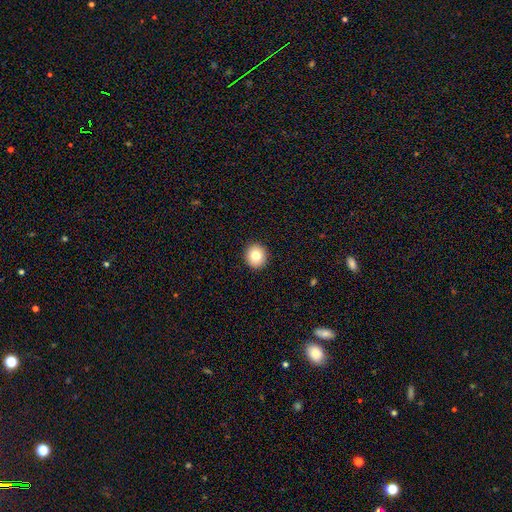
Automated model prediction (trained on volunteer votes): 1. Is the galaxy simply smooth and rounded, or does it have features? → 80% smooth, 10% featured or disk, 10% star or artifact.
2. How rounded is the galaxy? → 91% round, 8% in between, 1% cigar-shaped.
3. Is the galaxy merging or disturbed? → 93% none, 4% minor disturbance, 1% major disturbance, 1% merger.